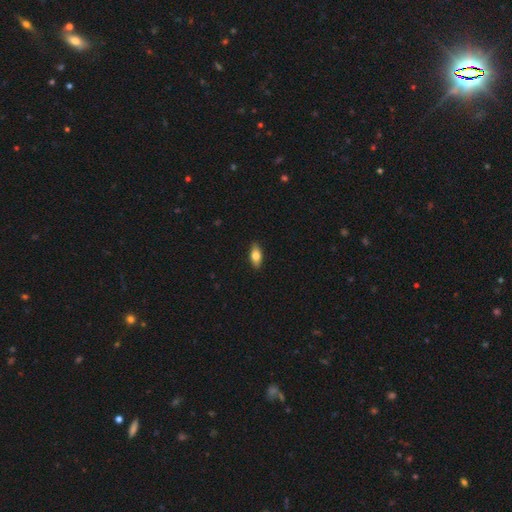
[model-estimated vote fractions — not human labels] smooth-or-featured: smooth: 75% | featured or disk: 19% | star or artifact: 6%
  how-rounded: in between: 84% | cigar-shaped: 13% | round: 3%
  merging: none: 89% | minor disturbance: 9% | major disturbance: 2% | merger: 1%